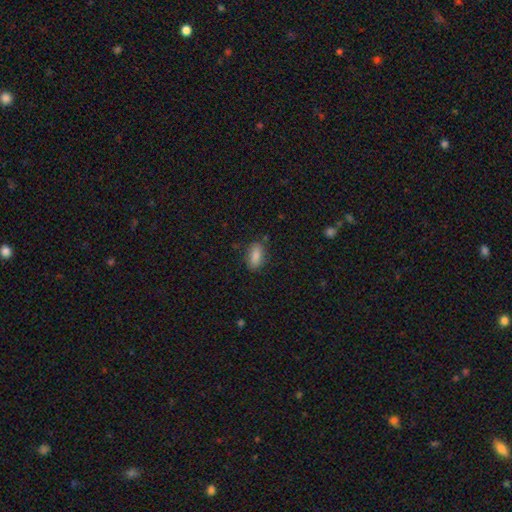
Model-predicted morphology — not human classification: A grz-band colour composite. It shows a smooth galaxy with no disk features (85%) that is in between round and cigar-shaped (86%). Merging: none (82%).